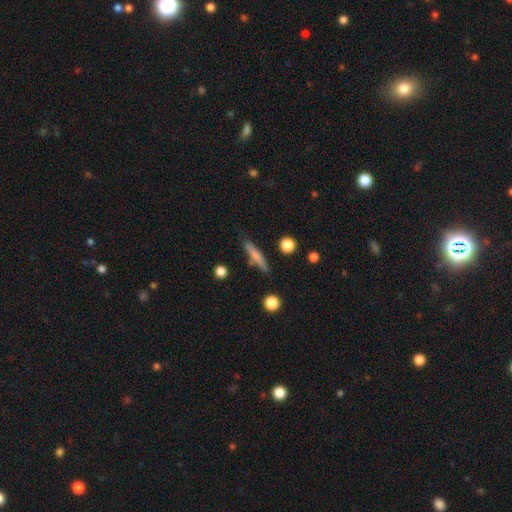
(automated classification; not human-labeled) Smooth or featured: smooth — 68% (featured or disk — 25%)
How rounded: cigar-shaped — 88% (in between — 9%)
Merging: none — 81% (minor disturbance — 12%)